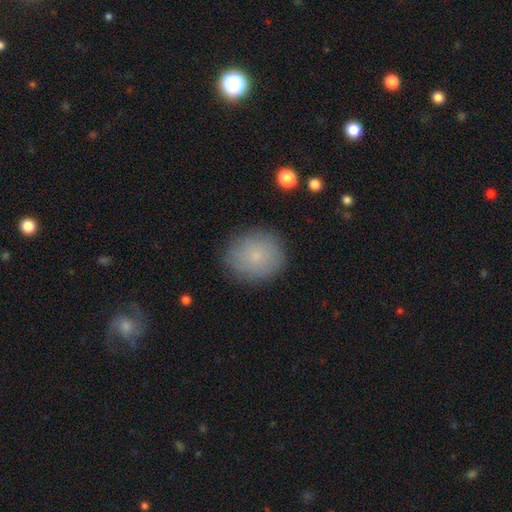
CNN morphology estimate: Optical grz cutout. It shows a smooth galaxy with no disk features (79%) that is round (82%). Merging: none (85%).